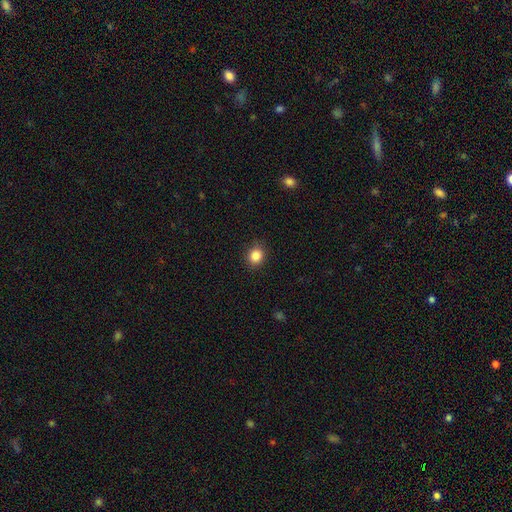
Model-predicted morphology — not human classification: type=smooth (86%); roundness=round (73%); merging=none (89%).